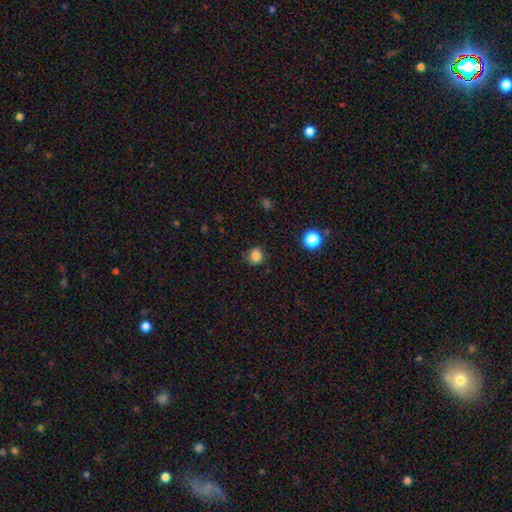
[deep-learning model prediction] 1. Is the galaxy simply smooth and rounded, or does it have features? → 82% smooth, 13% star or artifact, 5% featured or disk.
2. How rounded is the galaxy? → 77% round, 22% in between, 1% cigar-shaped.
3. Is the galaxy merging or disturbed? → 80% none, 15% minor disturbance, 4% major disturbance, 1% merger.